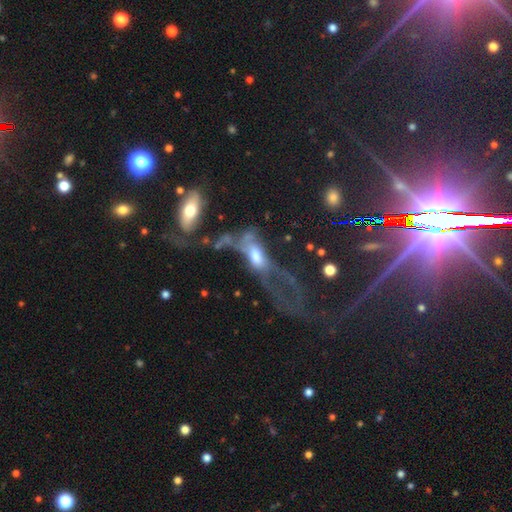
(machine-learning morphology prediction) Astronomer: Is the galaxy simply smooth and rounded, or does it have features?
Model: featured or disk — 55% (runner-up: smooth, 32%).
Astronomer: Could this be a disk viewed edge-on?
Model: no — 78%.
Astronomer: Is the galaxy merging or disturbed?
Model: major disturbance — 51% (runner-up: merger, 27%).